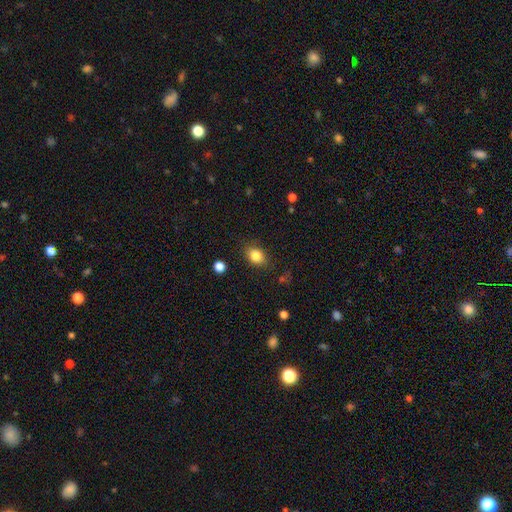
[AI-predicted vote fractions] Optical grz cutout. It shows a smooth galaxy with no disk features (83%) that is in between round and cigar-shaped (66%). Merging: none (83%).